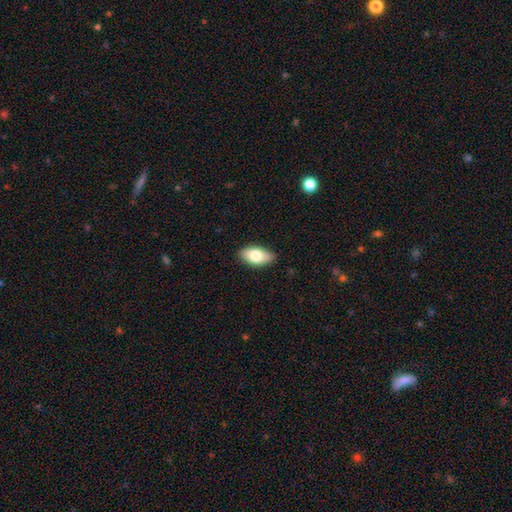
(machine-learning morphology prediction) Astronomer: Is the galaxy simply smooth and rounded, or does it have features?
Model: smooth — 79%.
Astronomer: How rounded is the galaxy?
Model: in between — 93%.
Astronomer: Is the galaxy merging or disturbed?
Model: none — 85%.